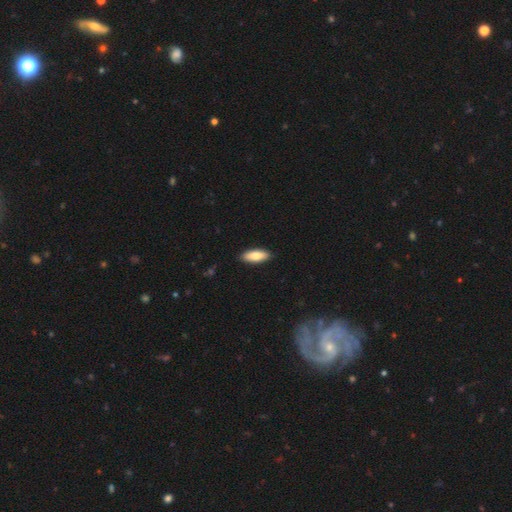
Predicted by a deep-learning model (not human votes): smooth 79%, featured or disk 16%, star or artifact 6%. Down the decision tree: how rounded — in between (73%); merging — none (90%).